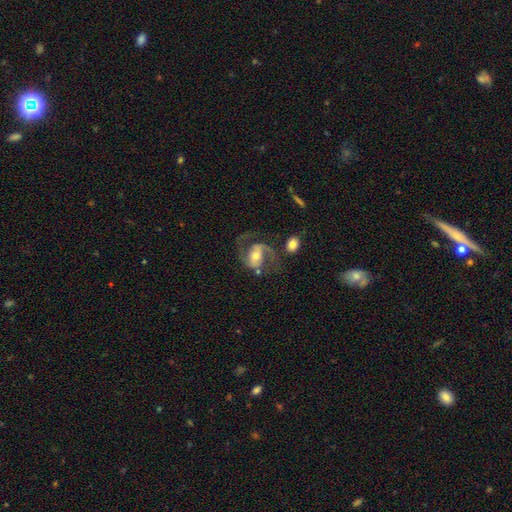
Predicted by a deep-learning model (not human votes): A featured or disk galaxy (82%) with a weak bar (38%), 2 (87%) medium (52%) spiral arms (93%) and a moderate central bulge (61%). Merging: none (56%).